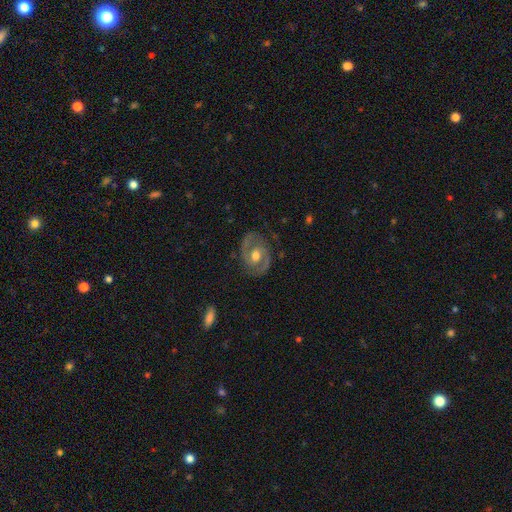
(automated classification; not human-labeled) The model was most divided on "bar": no: 44%, weak: 42%, strong: 14%. More confident: edge-on disk — no (97%); spiral arm count — 2 (90%); spiral arms — yes (89%); smooth or featured — featured or disk (83%); merging — none (80%); bulge size — moderate (74%); spiral winding — medium (52%).